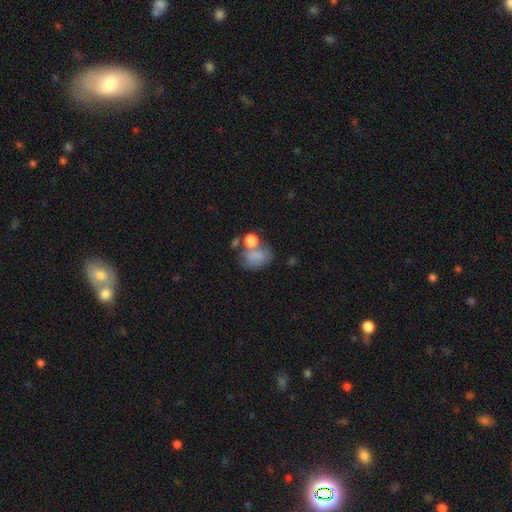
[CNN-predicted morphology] Q: Smooth or featured?
A: smooth (68%); runner-up: featured or disk (20%)
Q: How rounded?
A: in between (66%); runner-up: round (33%)
Q: Merging?
A: none (34%); runner-up: merger (26%)